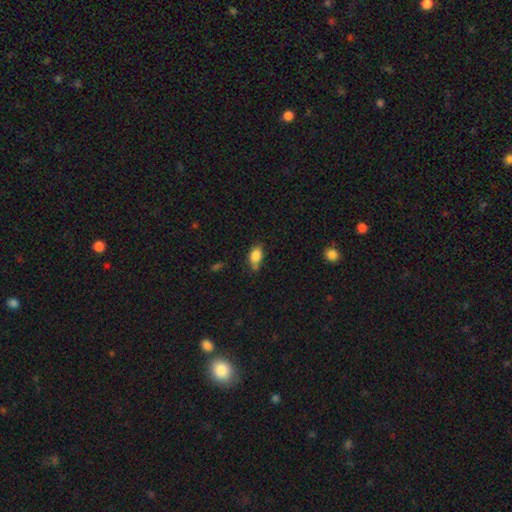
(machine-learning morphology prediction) A smooth galaxy with no disk features (85%) that is in between round and cigar-shaped (84%).

Vote fractions:
- Smooth or featured? smooth: 85% / star or artifact: 9% / featured or disk: 6%
- How rounded? in between: 84% / round: 13% / cigar-shaped: 3%
- Merging? none: 54% / minor disturbance: 31% / merger: 8% / major disturbance: 7%